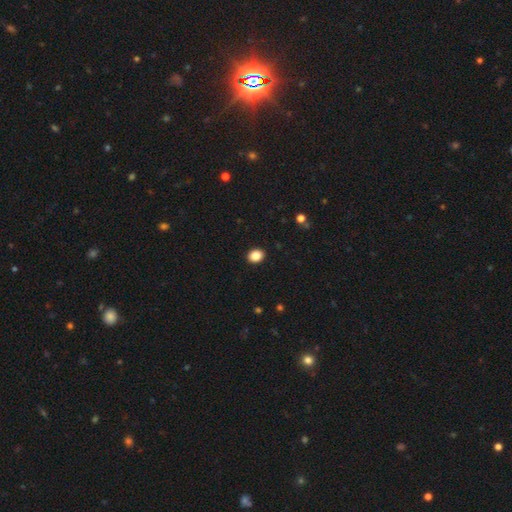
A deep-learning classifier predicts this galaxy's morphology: Q: Smooth or featured?
A: smooth (86%); runner-up: star or artifact (10%)
Q: How rounded?
A: in between (50%); runner-up: round (49%)
Q: Merging?
A: none (92%); runner-up: minor disturbance (5%)